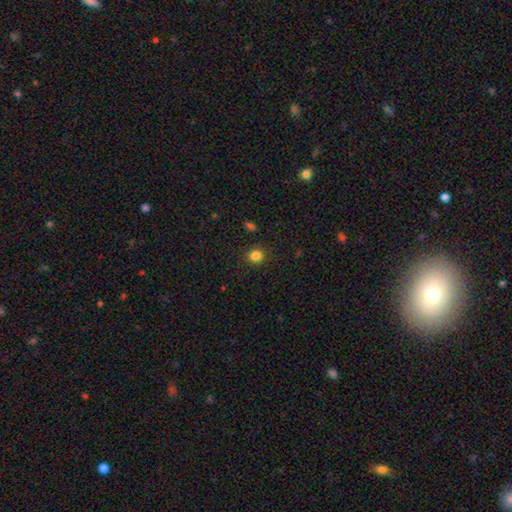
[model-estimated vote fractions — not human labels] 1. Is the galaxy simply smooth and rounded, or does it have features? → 84% smooth, 12% star or artifact, 4% featured or disk.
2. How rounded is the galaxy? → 85% round, 14% in between, 1% cigar-shaped.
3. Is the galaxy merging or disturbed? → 89% none, 7% minor disturbance, 2% major disturbance, 1% merger.